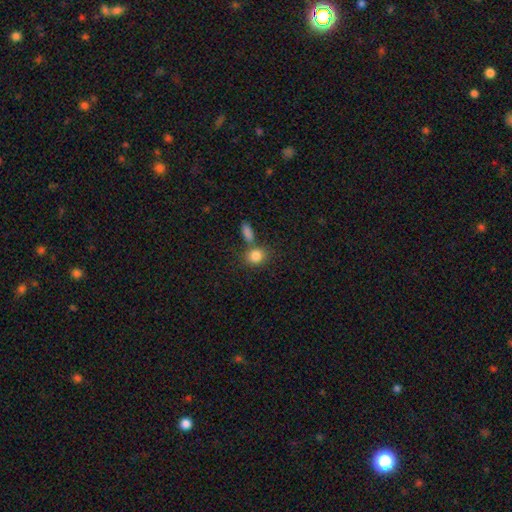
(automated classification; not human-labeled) Smooth or featured?
  - smooth: 84% *
  - star or artifact: 10%
  - featured or disk: 7%
How rounded?
  - round: 64% *
  - in between: 35%
  - cigar-shaped: 2%
Merging?
  - none: 59% *
  - merger: 25%
  - minor disturbance: 12%
  - major disturbance: 4%